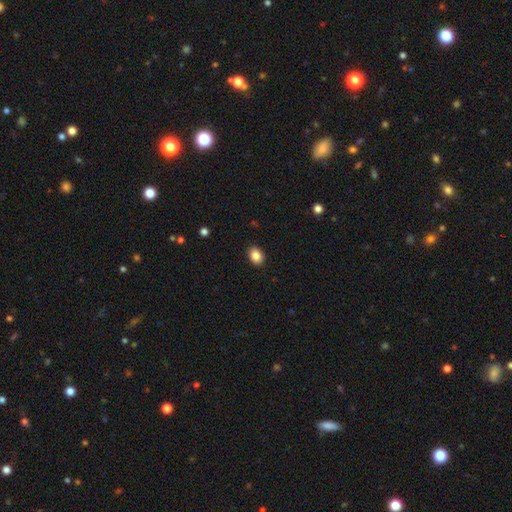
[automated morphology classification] Smooth or featured? smooth (86%)
How rounded? in between (69%)
Merging? none (90%)